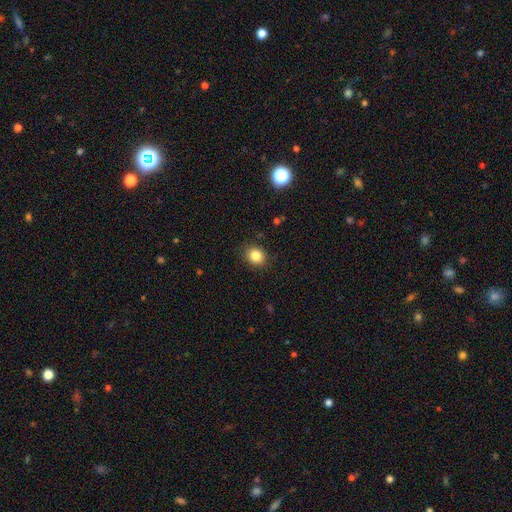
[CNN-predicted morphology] type=smooth (84%); roundness=round (75%); merging=none (88%).